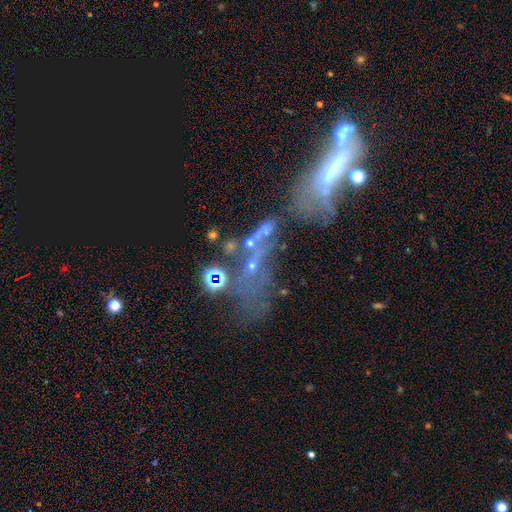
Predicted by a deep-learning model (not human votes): smooth-or-featured: featured or disk: 42% | star or artifact: 36% | smooth: 22%
  merging: merger: 40% | none: 25% | major disturbance: 24% | minor disturbance: 12%